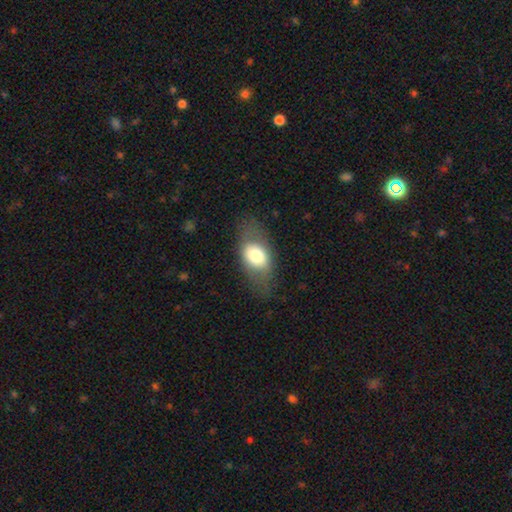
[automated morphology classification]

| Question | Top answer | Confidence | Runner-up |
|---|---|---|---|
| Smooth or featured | smooth | 67% | featured or disk (25%) |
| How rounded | in between | 81% | round (17%) |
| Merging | none | 70% | minor disturbance (18%) |